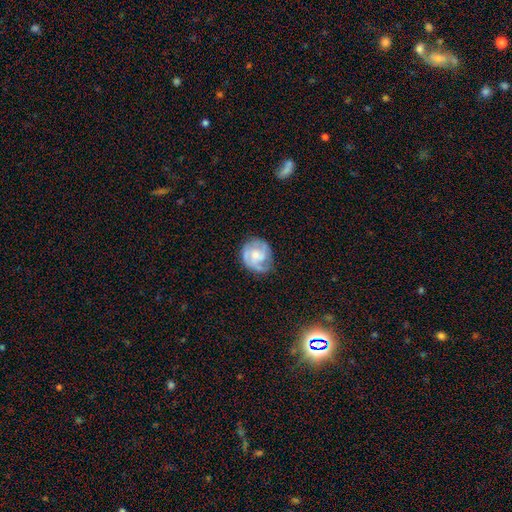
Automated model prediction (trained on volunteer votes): smooth-or-featured: featured or disk: 70% | smooth: 24% | star or artifact: 6%
  disk-edge-on: no: 98% | yes: 2%
    bar: no: 68% | weak: 28% | strong: 5%
    has-spiral-arms: yes: 87% | no: 13%
      spiral-winding: tight: 48% | medium: 40% | loose: 12%
      spiral-arm-count: 2: 35% | 3: 26% | can't tell: 24% | 1: 6% | 4: 4% | more than 4: 3%
    bulge-size: moderate: 48% | small: 38% | none: 6% | large: 6% | dominant: 1%
  merging: none: 64% | minor disturbance: 24% | major disturbance: 10% | merger: 2%